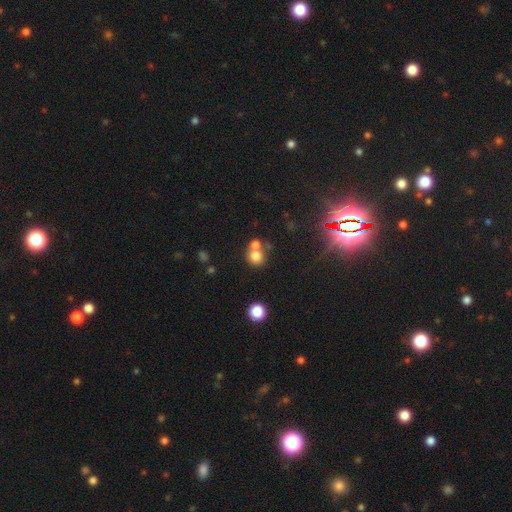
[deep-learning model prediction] Overall: smooth (76%). How rounded: round (85%). Merging: none (48%; merger 42%).